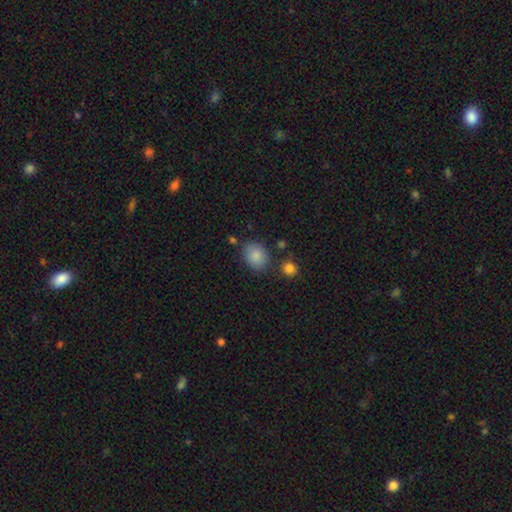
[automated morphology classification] Smooth or featured: smooth — 86% (star or artifact — 8%)
How rounded: in between — 58% (round — 41%)
Merging: none — 74% (minor disturbance — 16%)